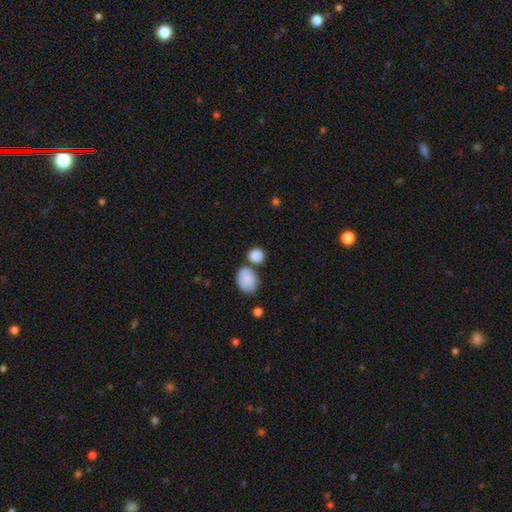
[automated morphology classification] Smooth or featured? Predicted: smooth (p=0.85). How rounded? Predicted: round (p=0.69). Merging? Predicted: none (p=0.59).